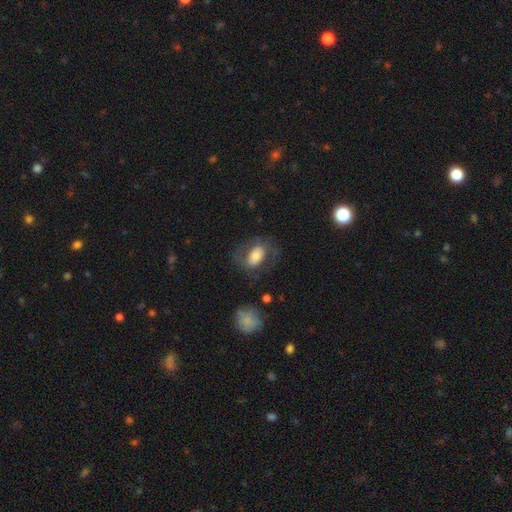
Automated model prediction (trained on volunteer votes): Q: Smooth or featured?
A: smooth (54%); runner-up: featured or disk (39%)
Q: How rounded?
A: in between (80%); runner-up: round (18%)
Q: Merging?
A: none (59%); runner-up: major disturbance (20%)